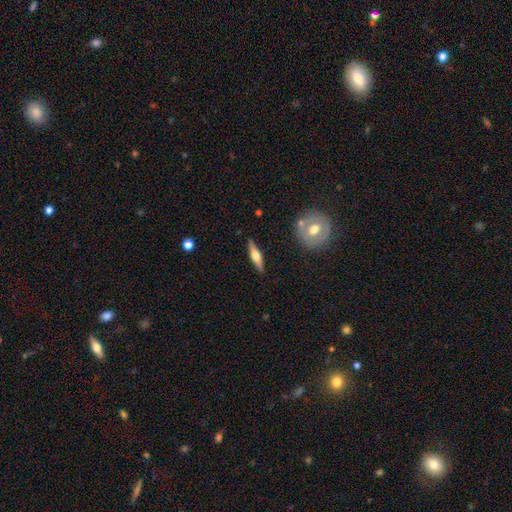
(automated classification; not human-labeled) Smooth or featured: featured or disk — 56% (smooth — 39%)
Edge-on disk: yes — 94% (no — 6%)
Edge-on bulge: rounded — 92% (boxy — 5%)
Merging: none — 88% (minor disturbance — 8%)